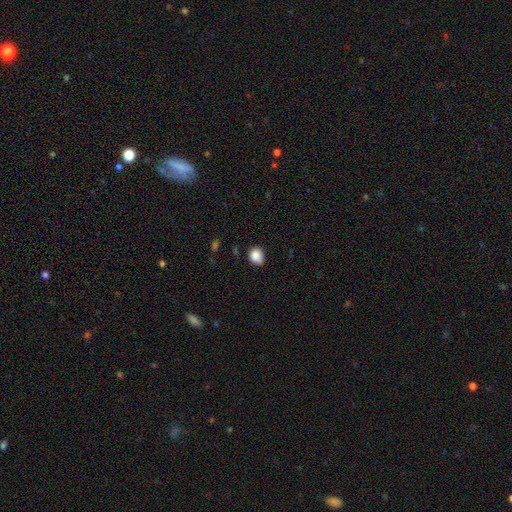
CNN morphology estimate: A smooth galaxy with no disk features (87%) that is round (54%). Merging: none (75%).